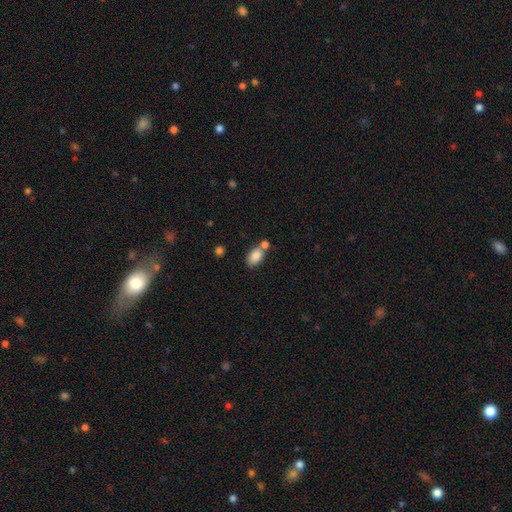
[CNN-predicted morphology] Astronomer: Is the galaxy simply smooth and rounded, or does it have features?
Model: smooth — 85%.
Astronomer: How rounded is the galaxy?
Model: in between — 89%.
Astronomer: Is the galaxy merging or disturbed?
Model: none — 51% (runner-up: merger, 32%).